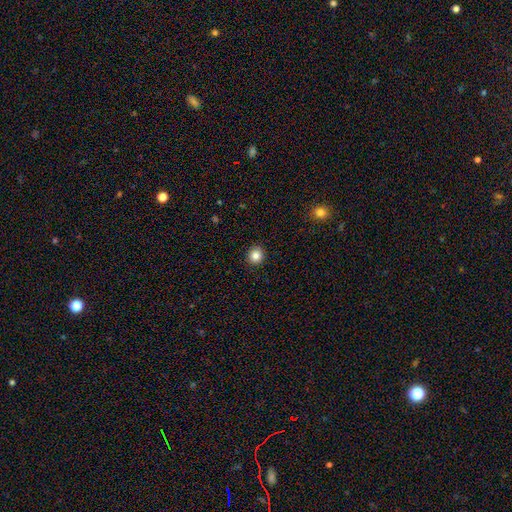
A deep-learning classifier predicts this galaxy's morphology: smooth 84%, star or artifact 11%, featured or disk 6%. Down the decision tree: how rounded — round (89%); merging — none (92%).